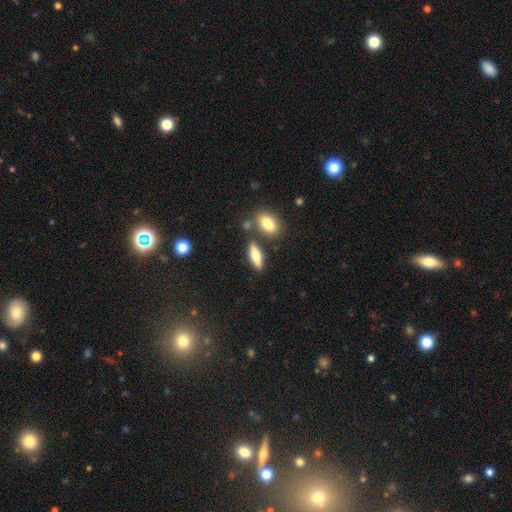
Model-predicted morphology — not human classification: Q: Smooth or featured?
A: smooth (67%); runner-up: featured or disk (26%)
Q: How rounded?
A: in between (48%); tied with: cigar-shaped (48%)
Q: Merging?
A: none (77%); runner-up: minor disturbance (11%)